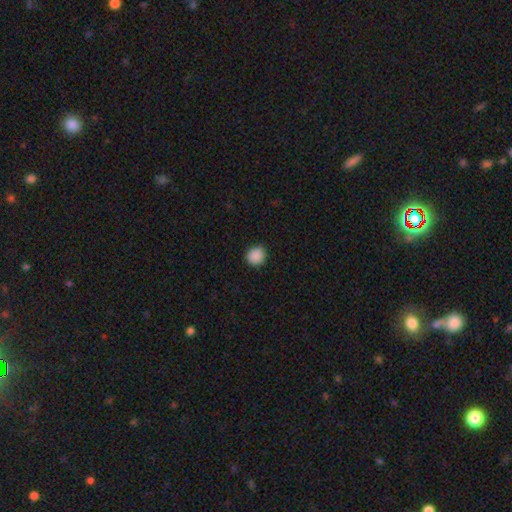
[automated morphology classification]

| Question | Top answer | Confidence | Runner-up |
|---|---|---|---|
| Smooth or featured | smooth | 89% | star or artifact (9%) |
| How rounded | round | 86% | in between (13%) |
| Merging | none | 90% | minor disturbance (7%) |